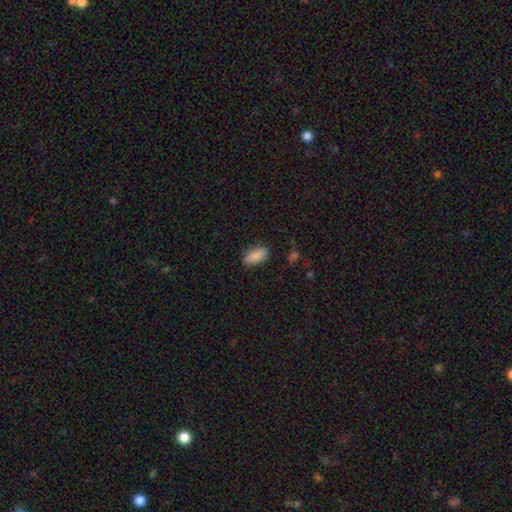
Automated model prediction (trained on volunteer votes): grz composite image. It shows a smooth galaxy with no disk features (88%) that is in between round and cigar-shaped (90%). Merging: none (82%).